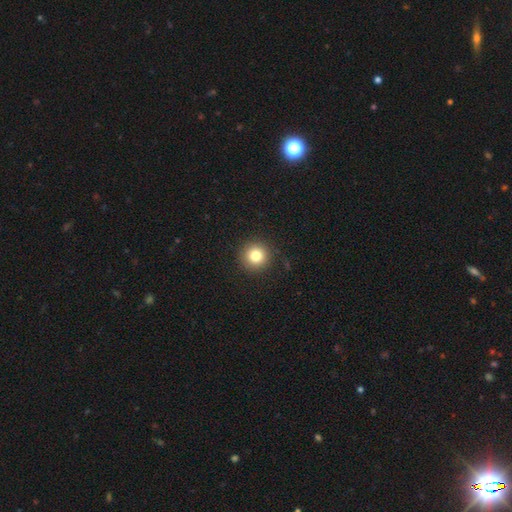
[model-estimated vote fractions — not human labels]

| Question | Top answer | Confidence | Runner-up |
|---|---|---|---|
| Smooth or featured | smooth | 81% | star or artifact (11%) |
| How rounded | round | 95% | in between (4%) |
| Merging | none | 91% | minor disturbance (6%) |